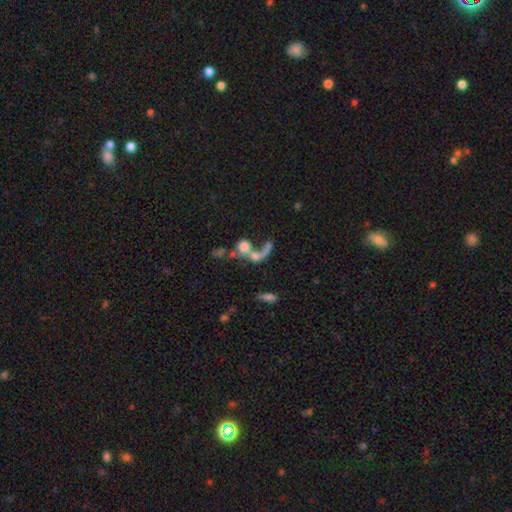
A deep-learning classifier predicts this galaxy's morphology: Q: Smooth or featured?
A: smooth (35%); runner-up: featured or disk (33%)
Q: Merging?
A: merger (48%); runner-up: none (31%)